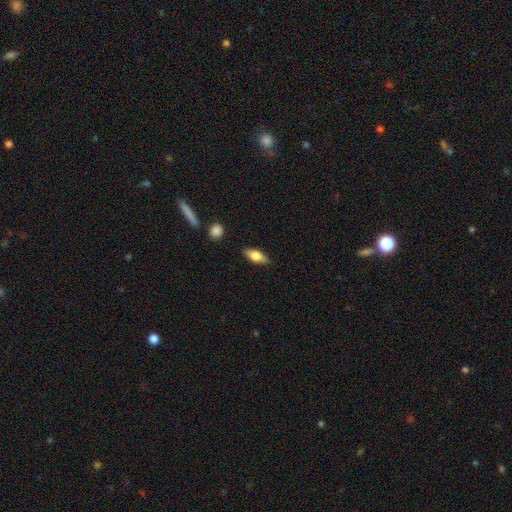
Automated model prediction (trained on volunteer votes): smooth 71%, featured or disk 22%, star or artifact 7%. Down the decision tree: how rounded — in between (78%); merging — none (84%).